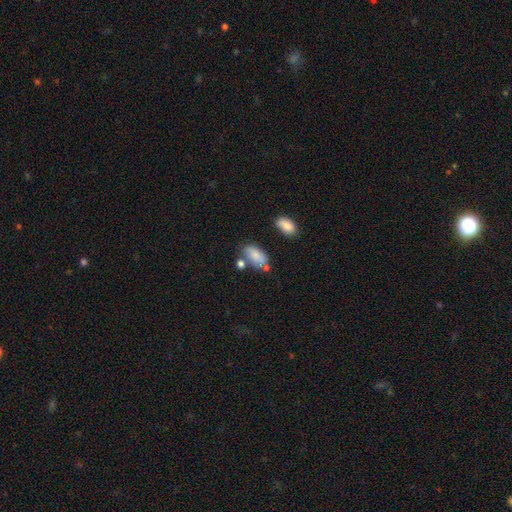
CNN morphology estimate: smooth-or-featured: smooth: 81% | featured or disk: 11% | star or artifact: 8%
  how-rounded: in between: 91% | cigar-shaped: 6% | round: 3%
  merging: none: 56% | minor disturbance: 22% | merger: 15% | major disturbance: 7%